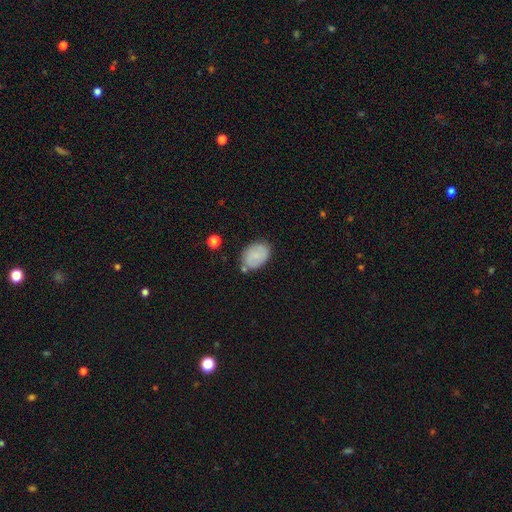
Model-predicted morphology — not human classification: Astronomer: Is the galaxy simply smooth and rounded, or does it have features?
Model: smooth — 79%.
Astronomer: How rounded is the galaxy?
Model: in between — 83%.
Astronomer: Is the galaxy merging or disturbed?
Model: none — 70%.